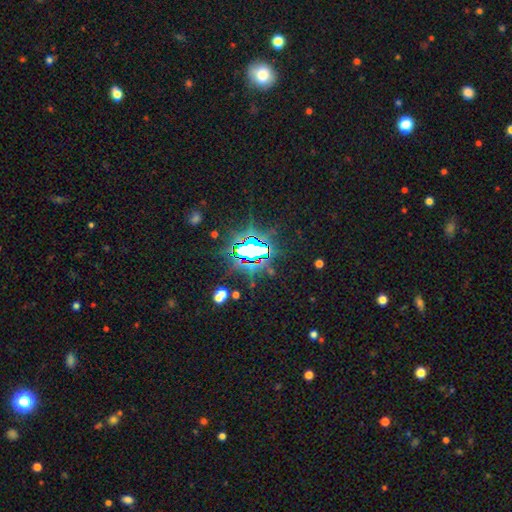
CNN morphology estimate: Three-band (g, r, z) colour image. It shows a star or artifact, not a galaxy (77%).